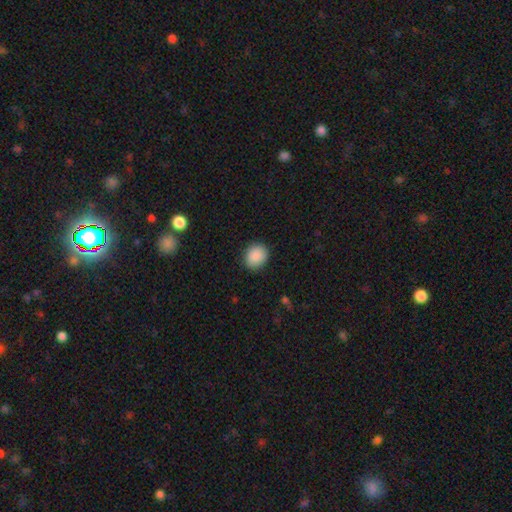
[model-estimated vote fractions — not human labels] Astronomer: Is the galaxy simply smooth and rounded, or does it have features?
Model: smooth — 89%.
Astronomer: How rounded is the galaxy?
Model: round — 66%.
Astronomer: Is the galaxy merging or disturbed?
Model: none — 88%.